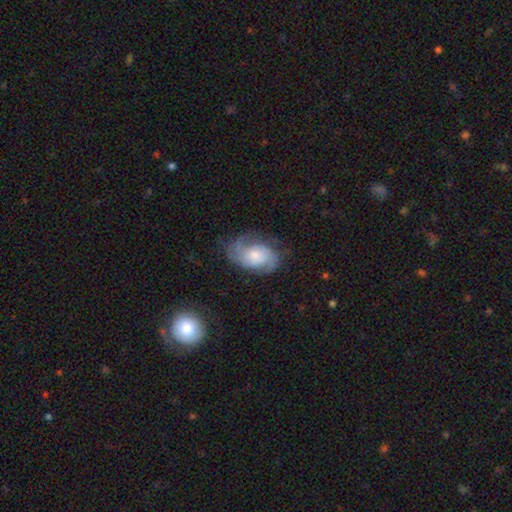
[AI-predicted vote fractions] This appears to be a featured or disk galaxy (70%) with no bar (71%), 2 (53%) medium (43%) spiral arms (92%) and a moderate central bulge (42%). Merging: none (63%).